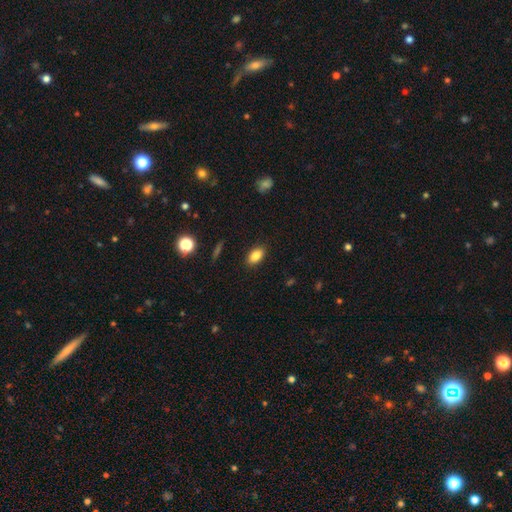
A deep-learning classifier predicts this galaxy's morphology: Q: Smooth or featured?
A: smooth (86%); runner-up: star or artifact (9%)
Q: How rounded?
A: in between (90%); runner-up: round (7%)
Q: Merging?
A: none (88%); runner-up: minor disturbance (8%)